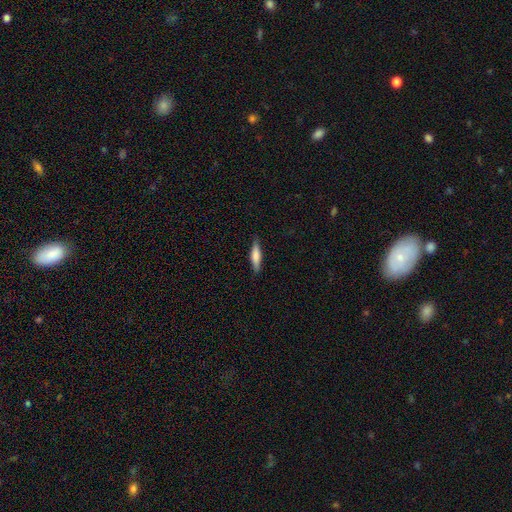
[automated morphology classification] This is likely a smooth galaxy (72%). How rounded: likely cigar-shaped (78%). Merging: clearly none (86%).